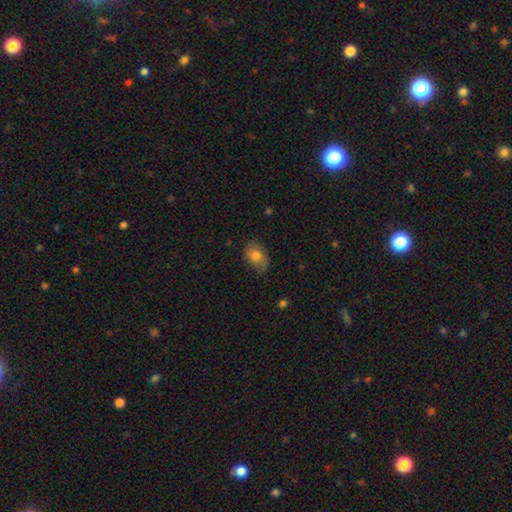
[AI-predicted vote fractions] smooth_or_featured: smooth (p=0.76) [alt: featured or disk p=0.15]
how_rounded: in between (p=0.81) [alt: round p=0.18]
merging: none (p=0.69) [alt: minor disturbance p=0.24]